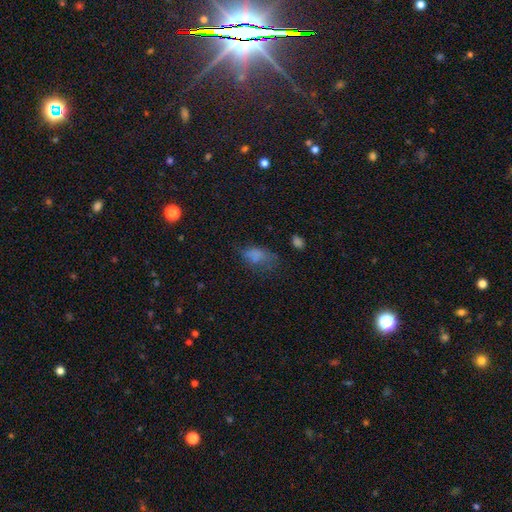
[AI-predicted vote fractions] Overall: smooth (68%). How rounded: in between (86%). Merging: none (40%; minor disturbance 29%).